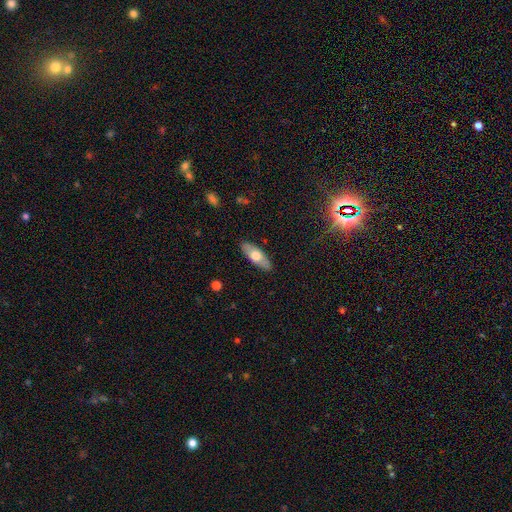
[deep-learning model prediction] Smooth or featured?
  - smooth: 59% *
  - featured or disk: 35%
  - star or artifact: 5%
How rounded?
  - in between: 73% *
  - cigar-shaped: 25%
  - round: 3%
Merging?
  - none: 87% *
  - minor disturbance: 10%
  - major disturbance: 2%
  - merger: 1%